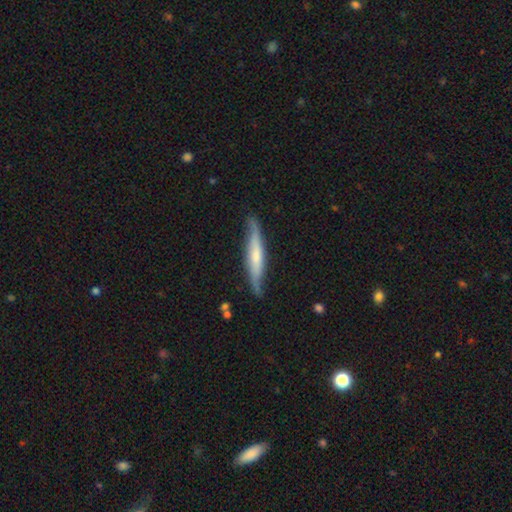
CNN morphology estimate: featured or disk 53%, smooth 41%, star or artifact 6%. Down the decision tree: edge-on disk — yes (82%); merging — none (77%).